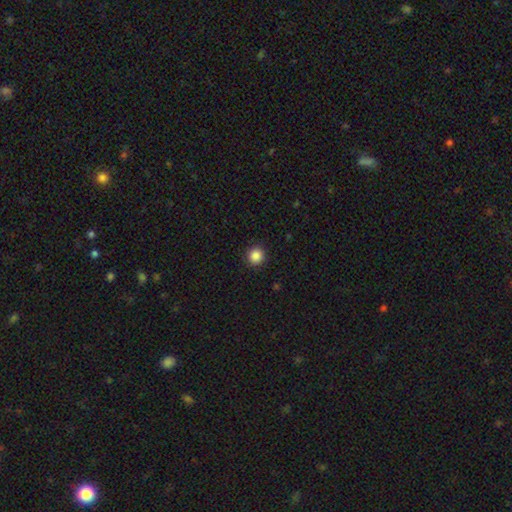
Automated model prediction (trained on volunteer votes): Smooth or featured? Predicted: smooth (p=0.87). How rounded? Predicted: round (p=0.94). Merging? Predicted: none (p=0.92).